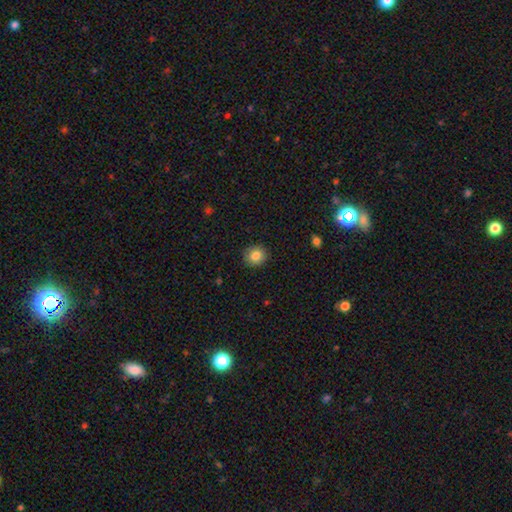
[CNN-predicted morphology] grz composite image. It shows a smooth galaxy with no disk features (84%) that is round (80%). Merging: none (89%).